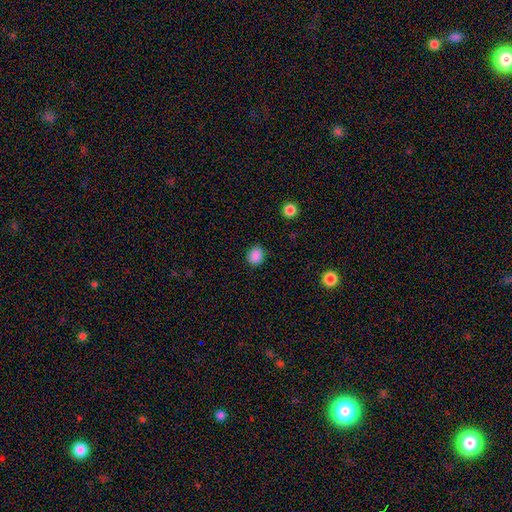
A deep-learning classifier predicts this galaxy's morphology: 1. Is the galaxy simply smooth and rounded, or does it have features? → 87% smooth, 10% star or artifact, 3% featured or disk.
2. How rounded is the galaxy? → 65% round, 34% in between, 1% cigar-shaped.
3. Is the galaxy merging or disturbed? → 88% none, 9% minor disturbance, 2% major disturbance, 1% merger.